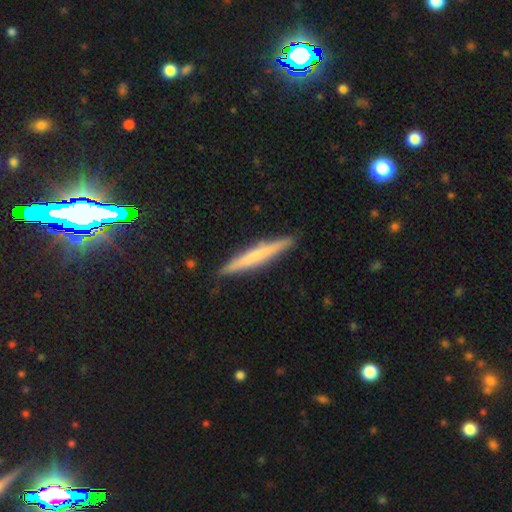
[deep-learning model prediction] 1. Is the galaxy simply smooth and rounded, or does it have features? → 52% smooth, 41% featured or disk, 7% star or artifact.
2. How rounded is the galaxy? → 96% cigar-shaped, 3% in between, 1% round.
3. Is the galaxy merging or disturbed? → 90% none, 7% minor disturbance, 1% major disturbance, 1% merger.